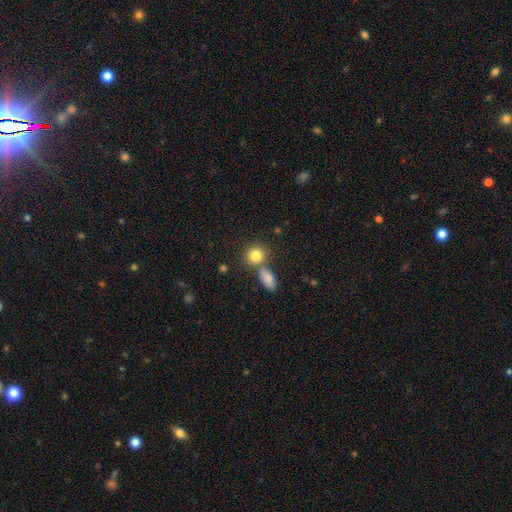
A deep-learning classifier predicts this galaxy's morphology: A smooth galaxy with no disk features (83%) that is round (73%). Merging: none (58%).